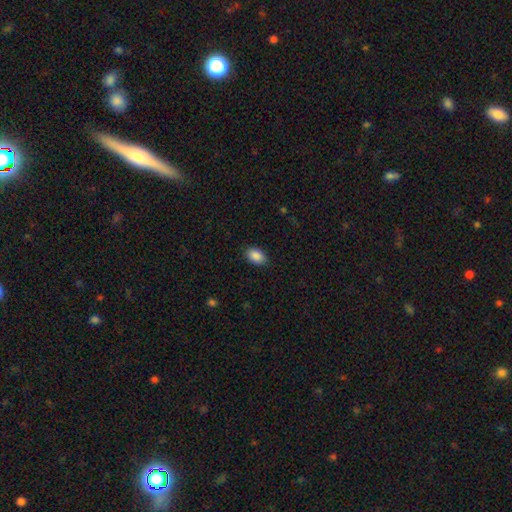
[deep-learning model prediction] This is clearly a smooth galaxy (89%). How rounded: clearly in between (87%). Merging: clearly none (88%).